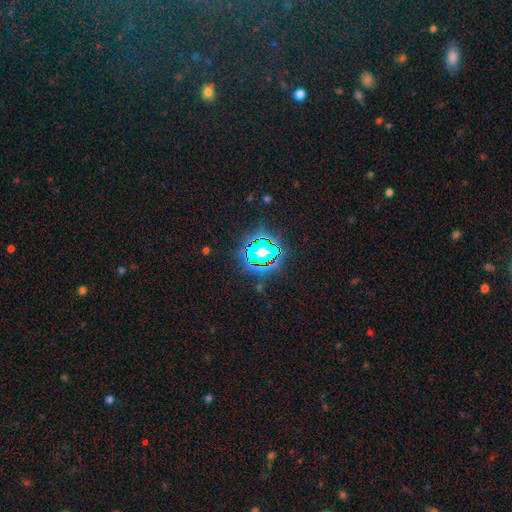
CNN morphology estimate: Smooth or featured? Predicted: star or artifact (p=0.81).